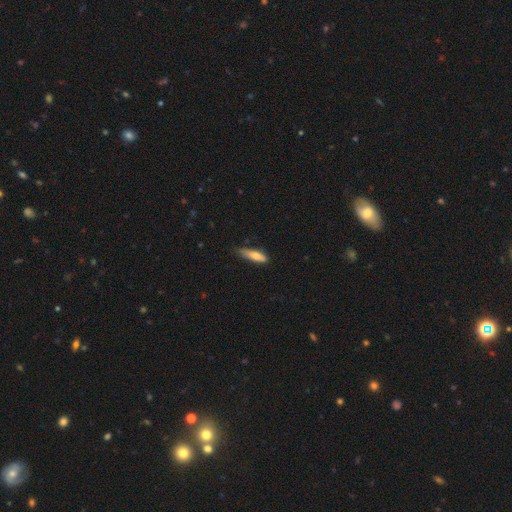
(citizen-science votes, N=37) smooth 65%, featured or disk 30%, star or artifact 5%. Down the decision tree: how rounded — cigar-shaped (67%); merging — none (60%).